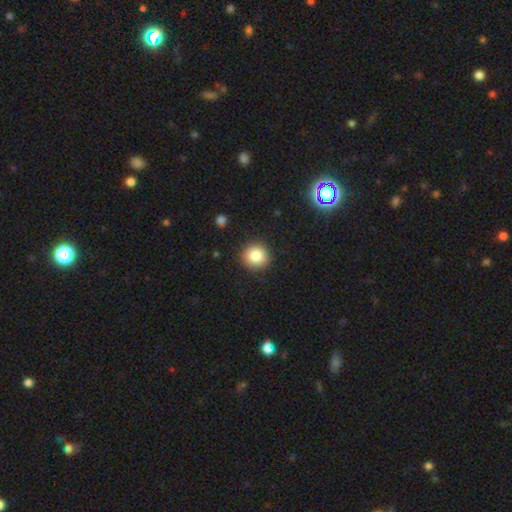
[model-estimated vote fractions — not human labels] Smooth or featured? smooth (85%)
How rounded? round (93%)
Merging? none (91%)